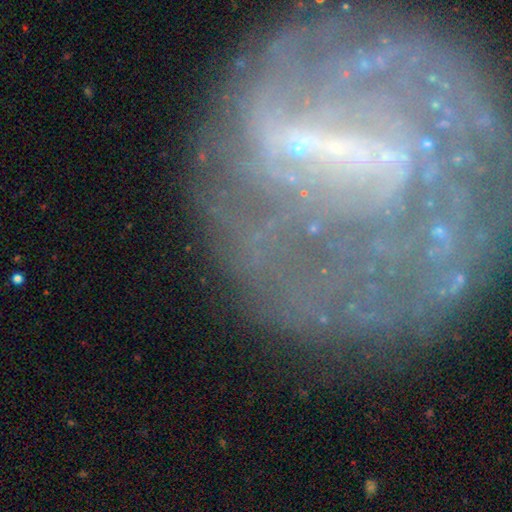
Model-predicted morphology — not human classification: This appears to be a featured or disk galaxy (69%) with a strong bar (39%), spiral arms (74%) and a small central bulge (65%). Merging: none (60%).